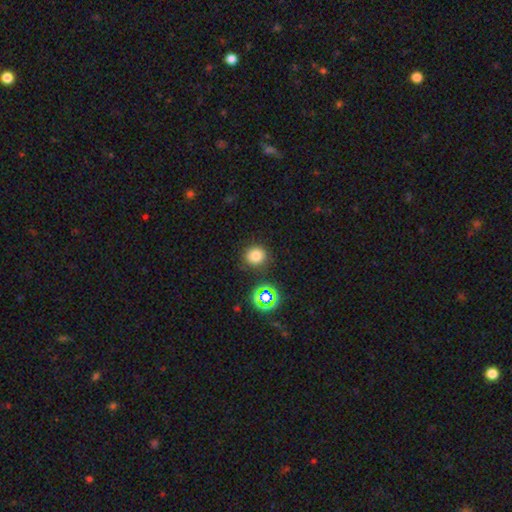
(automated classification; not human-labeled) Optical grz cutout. It shows a smooth galaxy with no disk features (76%) that is round (86%). Merging: none (84%).